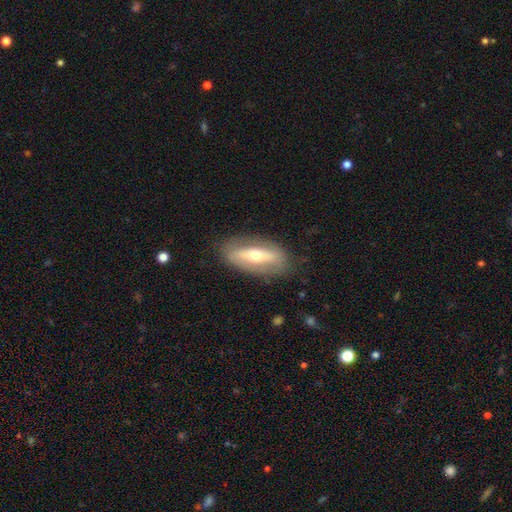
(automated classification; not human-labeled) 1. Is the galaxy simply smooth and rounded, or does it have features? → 58% featured or disk, 36% smooth, 7% star or artifact.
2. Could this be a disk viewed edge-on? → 67% no, 33% yes.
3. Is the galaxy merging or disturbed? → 80% none, 14% minor disturbance, 5% major disturbance, 1% merger.